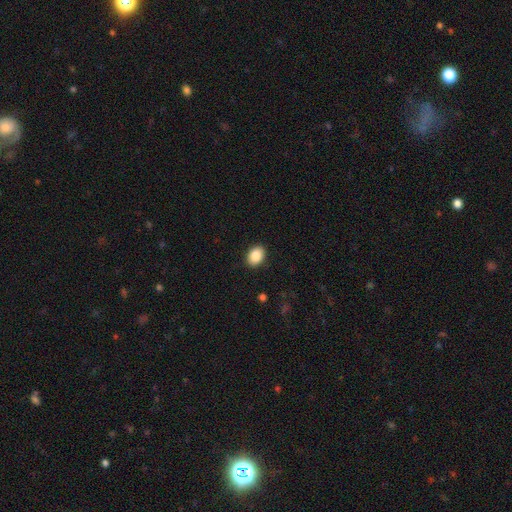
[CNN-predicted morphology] smooth 88%, star or artifact 8%, featured or disk 5%. Down the decision tree: how rounded — in between (72%); merging — none (90%).